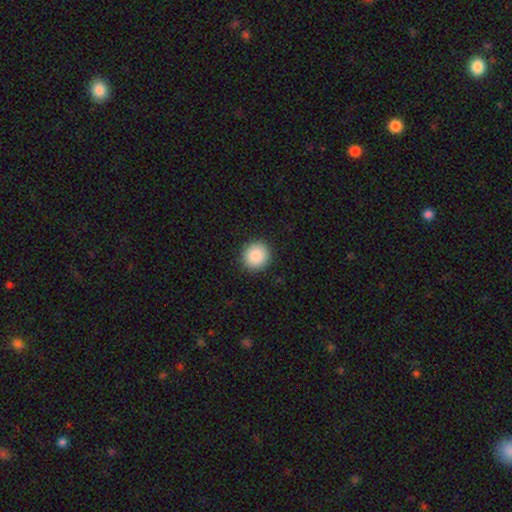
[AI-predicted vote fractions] Smooth or featured?
  - smooth: 89% *
  - star or artifact: 8%
  - featured or disk: 3%
How rounded?
  - round: 91% *
  - in between: 8%
  - cigar-shaped: 1%
Merging?
  - none: 92% *
  - minor disturbance: 6%
  - major disturbance: 2%
  - merger: 1%